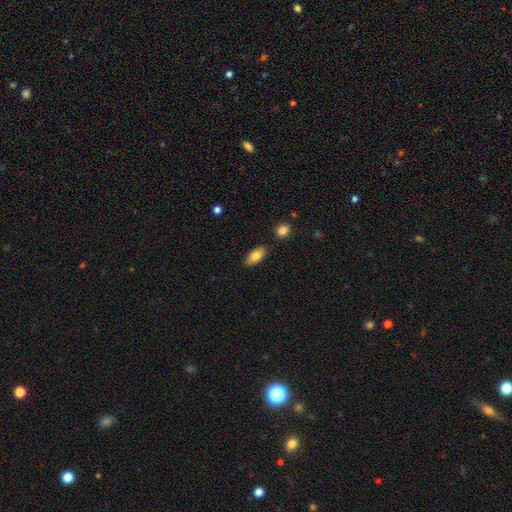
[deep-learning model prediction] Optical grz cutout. It shows a smooth galaxy with no disk features (81%) that is in between round and cigar-shaped (85%). Merging: none (84%).